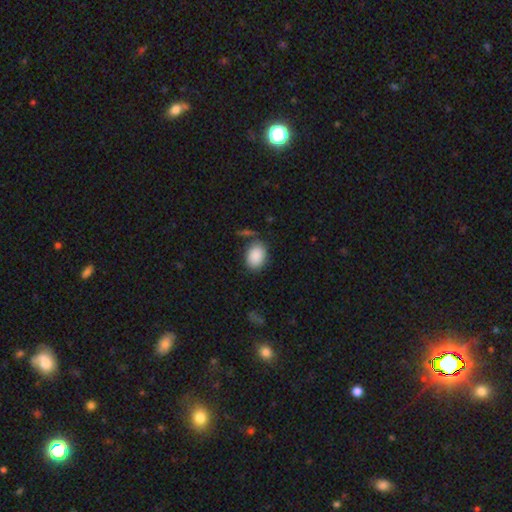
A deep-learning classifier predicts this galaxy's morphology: Smooth or featured: smooth — 89% (star or artifact — 7%)
How rounded: in between — 74% (round — 25%)
Merging: none — 77% (minor disturbance — 14%)